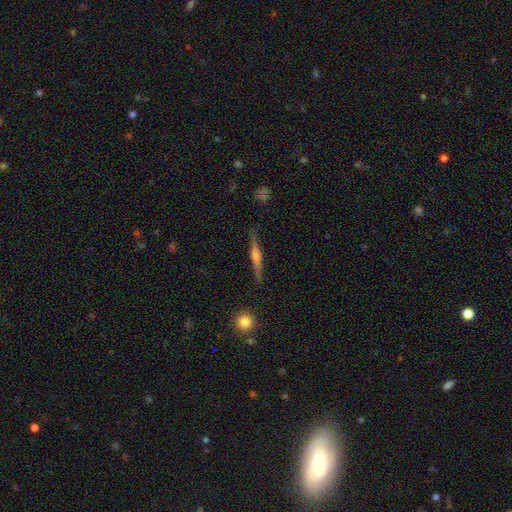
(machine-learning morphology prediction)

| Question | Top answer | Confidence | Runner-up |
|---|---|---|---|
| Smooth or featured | featured or disk | 73% | smooth (19%) |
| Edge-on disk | yes | 97% | no (3%) |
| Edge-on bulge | rounded | 73% | boxy (18%) |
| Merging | none | 87% | minor disturbance (10%) |